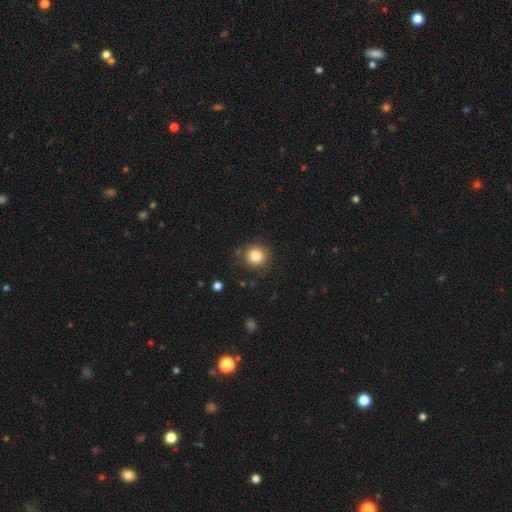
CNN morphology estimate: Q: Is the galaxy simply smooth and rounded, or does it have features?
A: smooth — 83%.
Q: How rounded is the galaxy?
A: round — 89%.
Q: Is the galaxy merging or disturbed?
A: none — 84%.